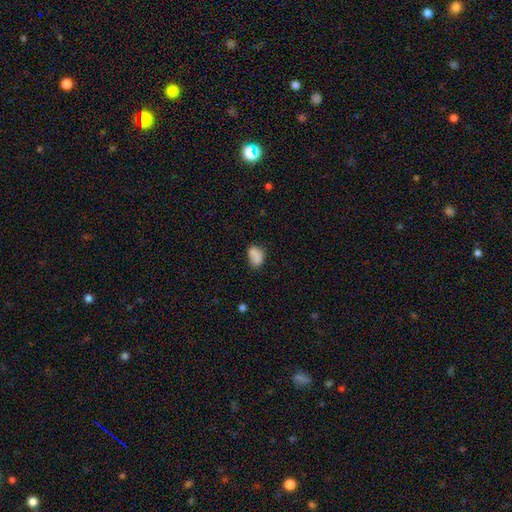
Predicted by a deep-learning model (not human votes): Smooth or featured? smooth (82%)
How rounded? in between (77%)
Merging? none (56%)